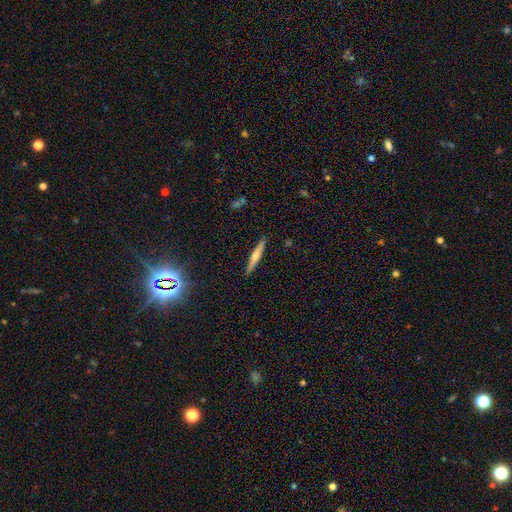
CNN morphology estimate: Smooth or featured? smooth (48%)
Merging? none (90%)